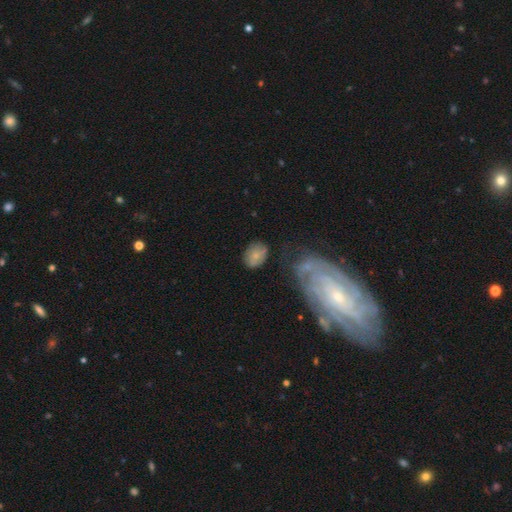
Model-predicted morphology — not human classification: This is likely a smooth galaxy (71%). How rounded: likely in between (70%). Merging: likely none (68%).